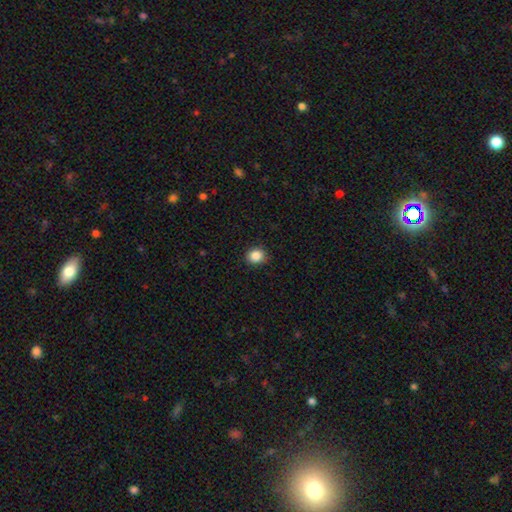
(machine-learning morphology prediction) Smooth or featured? Predicted: smooth (p=0.87). How rounded? Predicted: round (p=0.79). Merging? Predicted: none (p=0.89).